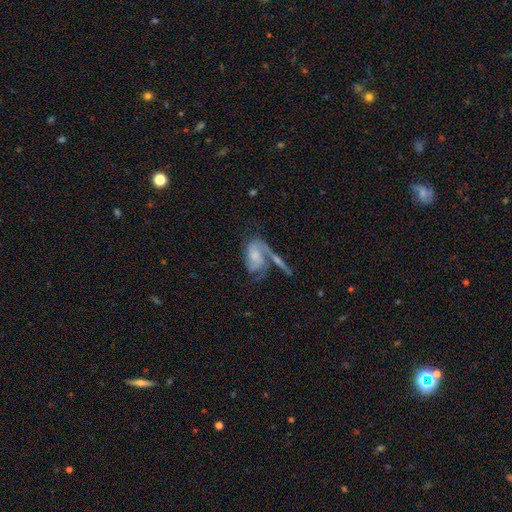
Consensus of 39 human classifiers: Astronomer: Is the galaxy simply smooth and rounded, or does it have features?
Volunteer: featured or disk — 72%.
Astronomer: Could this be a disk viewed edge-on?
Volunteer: no — 93%.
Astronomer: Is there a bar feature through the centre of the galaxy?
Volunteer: no — 77%.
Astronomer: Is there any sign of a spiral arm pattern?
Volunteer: yes — 81%.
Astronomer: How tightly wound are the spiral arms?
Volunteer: medium — 52%.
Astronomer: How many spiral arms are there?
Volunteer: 2 — 57%.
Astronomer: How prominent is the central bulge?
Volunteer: moderate — 50% (runner-up: none, 27%).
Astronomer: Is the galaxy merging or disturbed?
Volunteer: merger — 39% (runner-up: none, 24%).